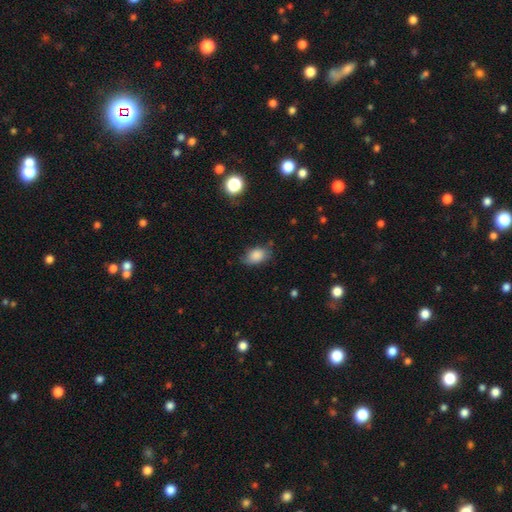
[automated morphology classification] Overall: smooth (85%). How rounded: in between (85%). Merging: none (66%).